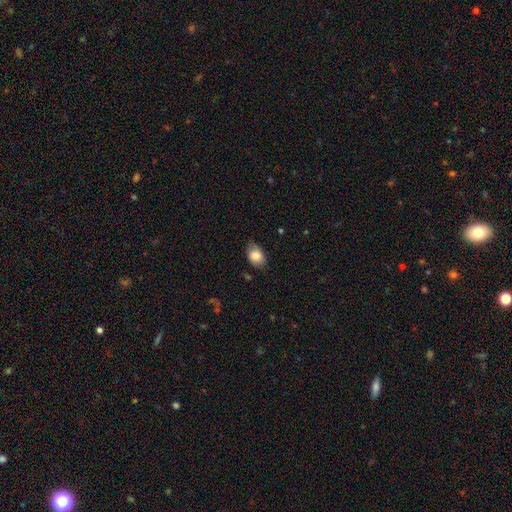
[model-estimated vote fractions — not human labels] This is clearly a smooth galaxy (85%). How rounded: likely in between (77%). Merging: likely none (74%).